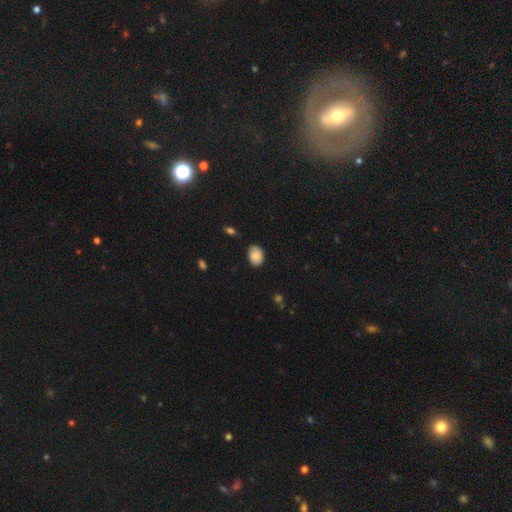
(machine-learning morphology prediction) Q: Smooth or featured?
A: smooth (83%); runner-up: featured or disk (10%)
Q: How rounded?
A: in between (74%); runner-up: round (25%)
Q: Merging?
A: none (72%); runner-up: minor disturbance (22%)